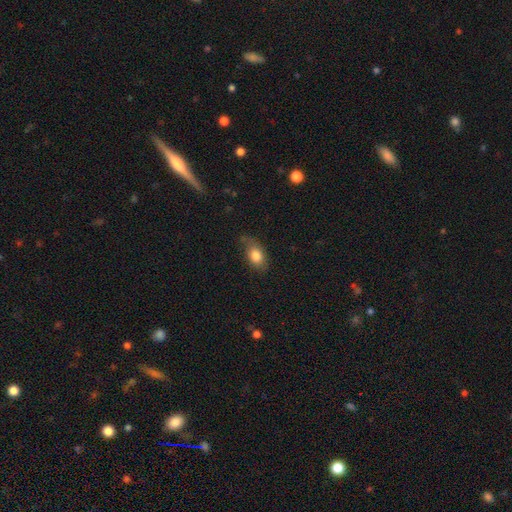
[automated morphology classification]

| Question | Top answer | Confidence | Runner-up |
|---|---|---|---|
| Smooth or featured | smooth | 80% | featured or disk (12%) |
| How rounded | in between | 84% | round (13%) |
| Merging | none | 59% | minor disturbance (29%) |